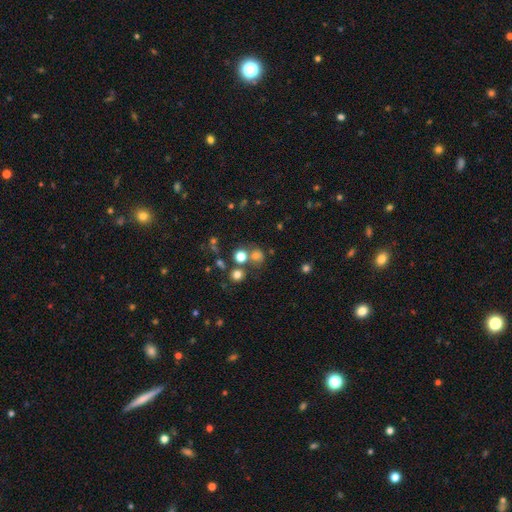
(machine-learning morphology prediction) Overall: smooth (69%). How rounded: round (85%). Merging: none (64%).